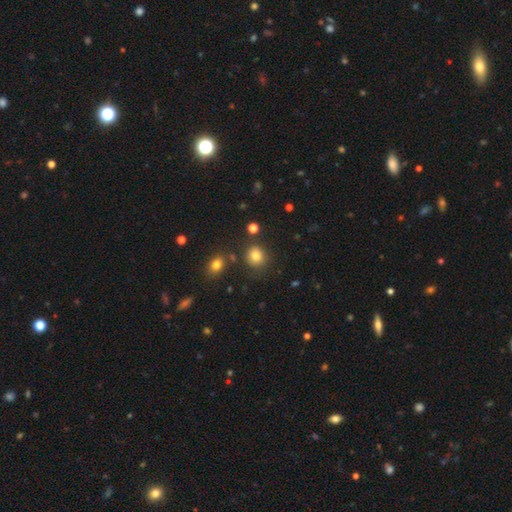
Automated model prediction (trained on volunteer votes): smooth 80%, star or artifact 13%, featured or disk 7%. Down the decision tree: how rounded — round (85%); merging — none (82%).